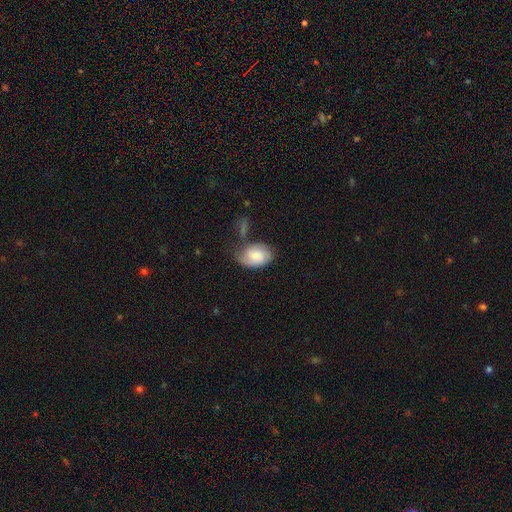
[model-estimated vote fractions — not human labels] Q: Smooth or featured?
A: smooth (60%); runner-up: featured or disk (32%)
Q: How rounded?
A: in between (84%); runner-up: round (14%)
Q: Merging?
A: none (52%); runner-up: minor disturbance (25%)